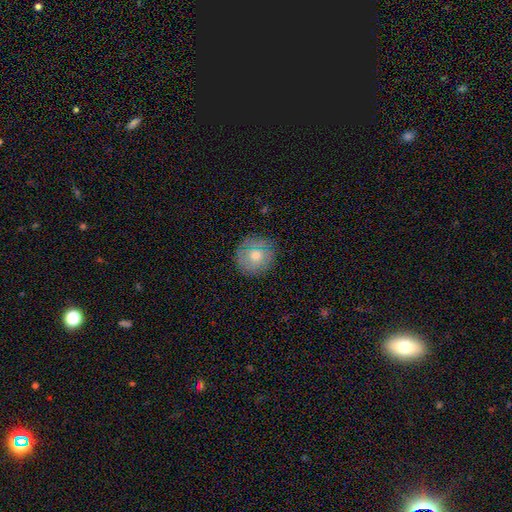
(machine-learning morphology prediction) A smooth galaxy with no disk features (62%) that is round (92%). Merging: none (83%).